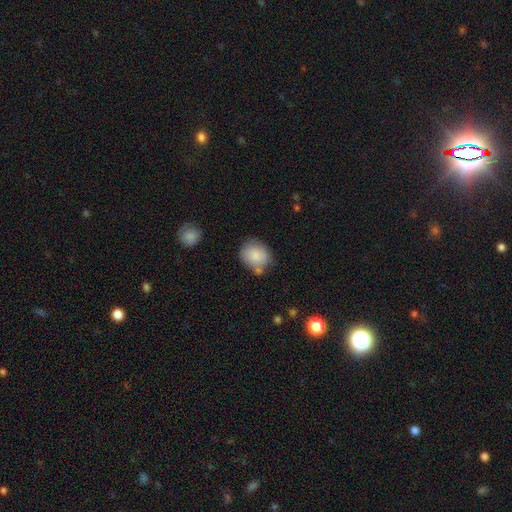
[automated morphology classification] smooth 86%, featured or disk 7%, star or artifact 7%. Down the decision tree: how rounded — round (62%); merging — none (64%).